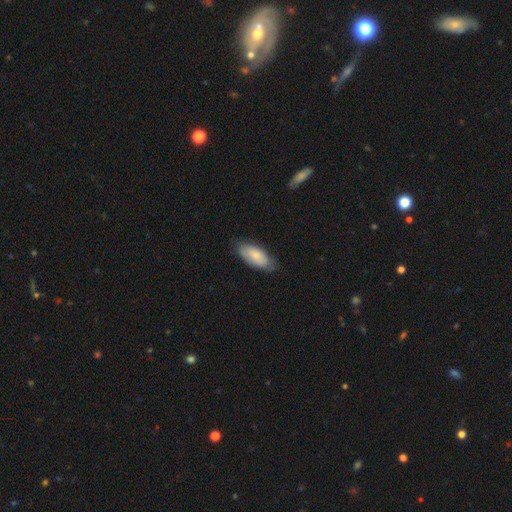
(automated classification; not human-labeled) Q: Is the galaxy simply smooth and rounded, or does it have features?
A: smooth — 80%.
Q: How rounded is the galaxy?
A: in between — 88%.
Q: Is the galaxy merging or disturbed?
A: none — 72%.